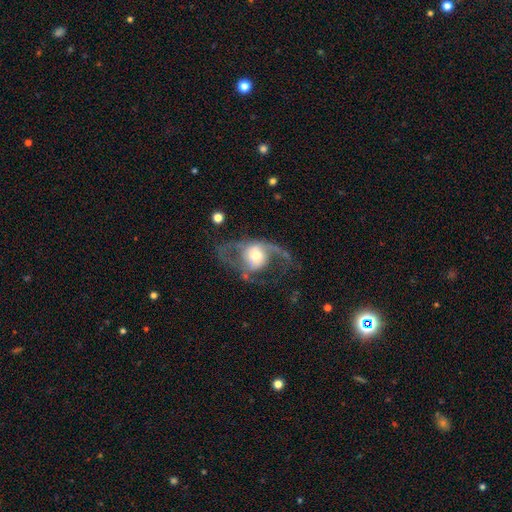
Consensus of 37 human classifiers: A featured or disk galaxy (59%) with no bar (71%), no spiral arms (52%) and a moderate central bulge (76%).

Vote fractions:
- Smooth or featured? featured or disk: 59% / smooth: 35% / star or artifact: 5%
- Edge-on disk? no: 95% / yes: 5%
- Bar? no: 71% / weak: 29% / strong: 0%
- Spiral arms? no: 52% / yes: 48%
- Bulge size? moderate: 76% / large: 14% / dominant: 10% / small: 0% / none: 0%
- Merging? none: 54% / major disturbance: 37% / minor disturbance: 9% / merger: 0%